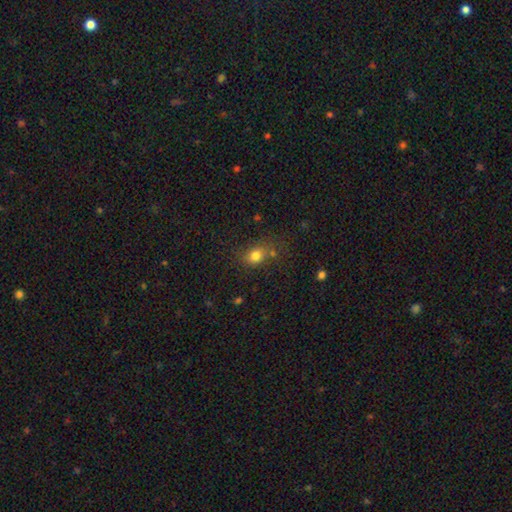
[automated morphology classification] smooth-or-featured: smooth: 78% | star or artifact: 14% | featured or disk: 8%
  how-rounded: round: 52% | in between: 47% | cigar-shaped: 1%
  merging: none: 66% | minor disturbance: 17% | merger: 10% | major disturbance: 7%